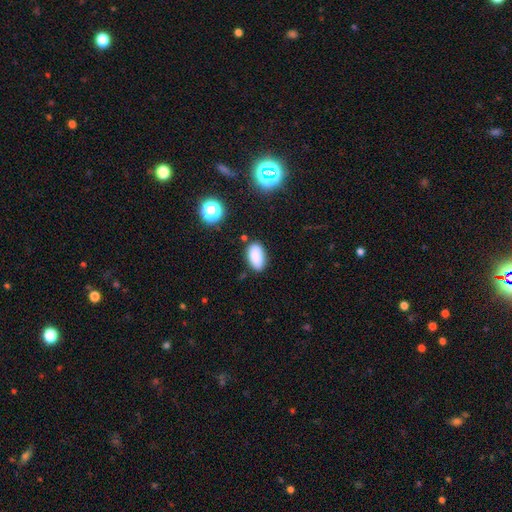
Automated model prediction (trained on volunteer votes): Smooth or featured? smooth (86%)
How rounded? in between (93%)
Merging? none (81%)